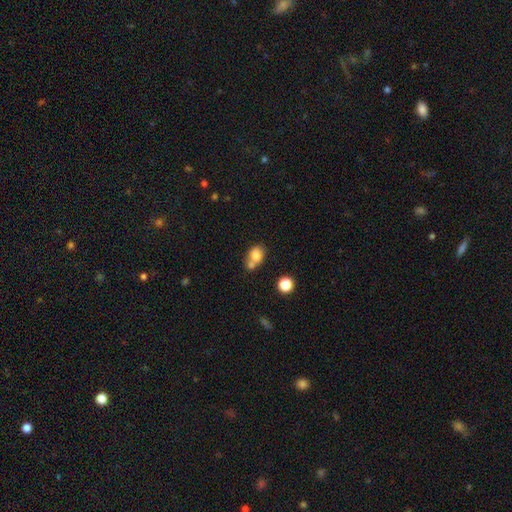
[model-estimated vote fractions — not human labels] A smooth galaxy with no disk features (78%) that is round (52%).

Vote fractions:
- Smooth or featured? smooth: 78% / featured or disk: 12% / star or artifact: 11%
- How rounded? round: 52% / in between: 47% / cigar-shaped: 1%
- Merging? merger: 47% / none: 37% / minor disturbance: 12% / major disturbance: 5%